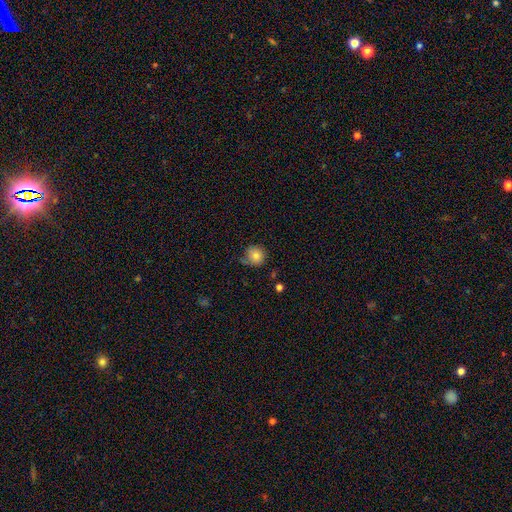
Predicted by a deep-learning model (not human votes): Morphology: type=smooth (82%); roundness=round (90%); merging=none (66%).